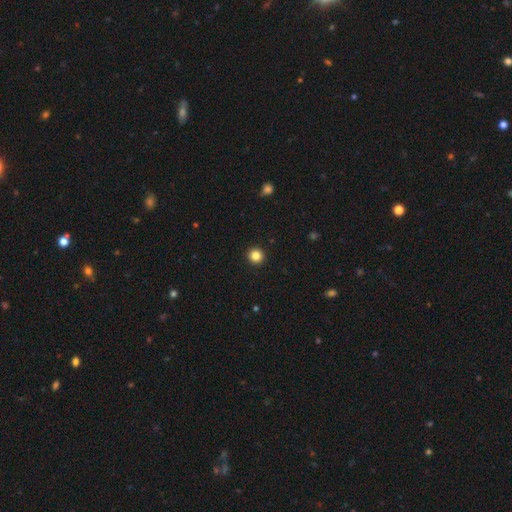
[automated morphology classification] smooth 84%, star or artifact 11%, featured or disk 4%. Down the decision tree: how rounded — round (95%); merging — none (94%).